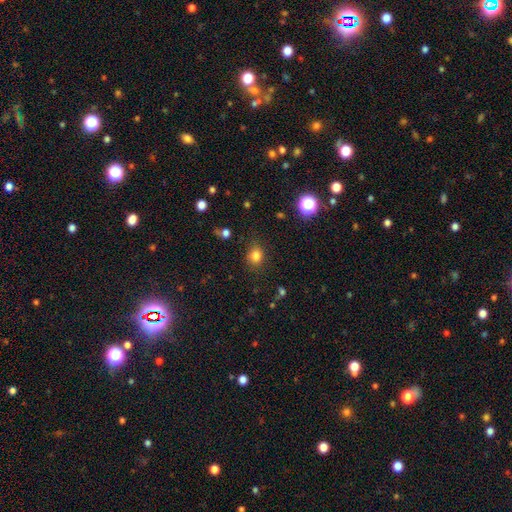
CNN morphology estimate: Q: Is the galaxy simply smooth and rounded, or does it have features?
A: smooth — 81%.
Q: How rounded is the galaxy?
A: round — 69%.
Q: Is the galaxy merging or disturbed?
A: none — 79%.